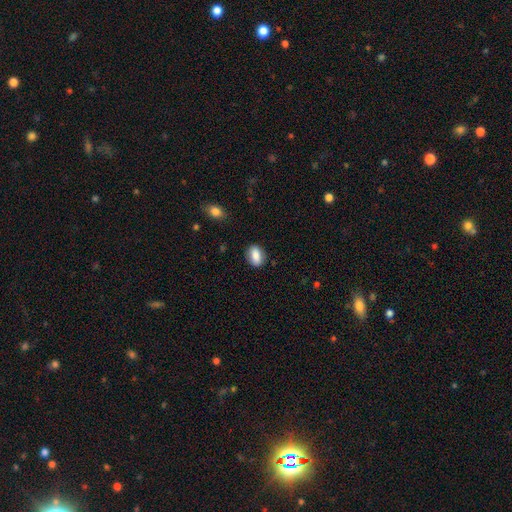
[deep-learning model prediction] Smooth or featured?
  - smooth: 81% *
  - featured or disk: 11%
  - star or artifact: 7%
How rounded?
  - in between: 80% *
  - round: 16%
  - cigar-shaped: 4%
Merging?
  - none: 85% *
  - minor disturbance: 11%
  - major disturbance: 3%
  - merger: 1%